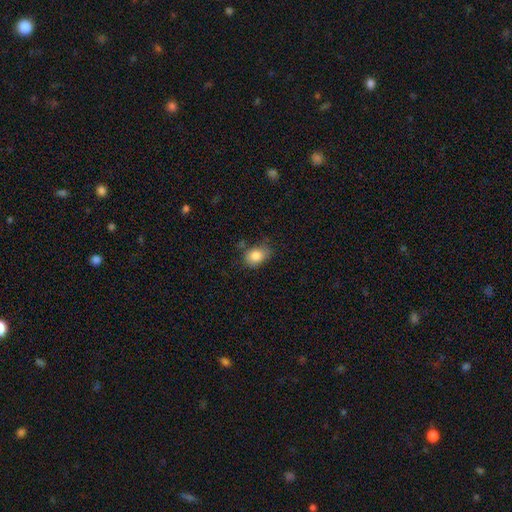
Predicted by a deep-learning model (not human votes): Morphology: type=smooth (83%); roundness=in between (67%); merging=none (62%).